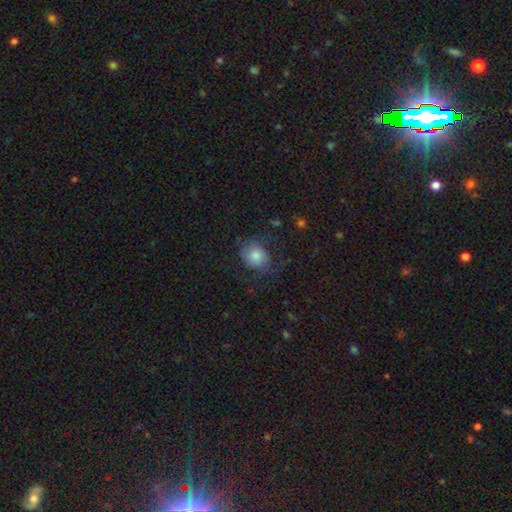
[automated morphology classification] Smooth or featured?
  - smooth: 67% *
  - featured or disk: 23%
  - star or artifact: 10%
How rounded?
  - round: 71% *
  - in between: 28%
  - cigar-shaped: 1%
Merging?
  - none: 61% *
  - minor disturbance: 21%
  - major disturbance: 17%
  - merger: 1%